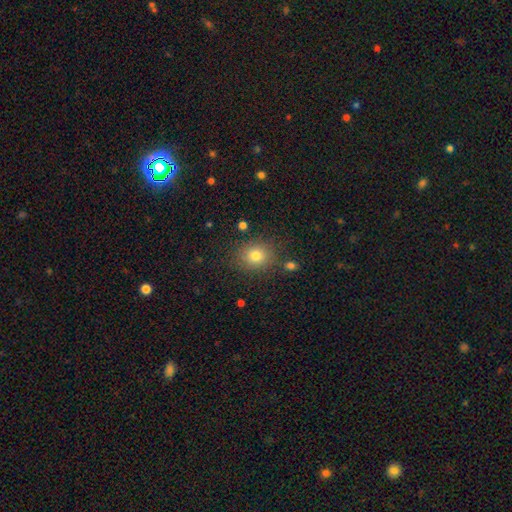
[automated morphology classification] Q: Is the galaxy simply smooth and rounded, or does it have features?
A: smooth — 78%.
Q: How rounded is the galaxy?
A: round — 70%.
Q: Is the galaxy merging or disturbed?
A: none — 83%.